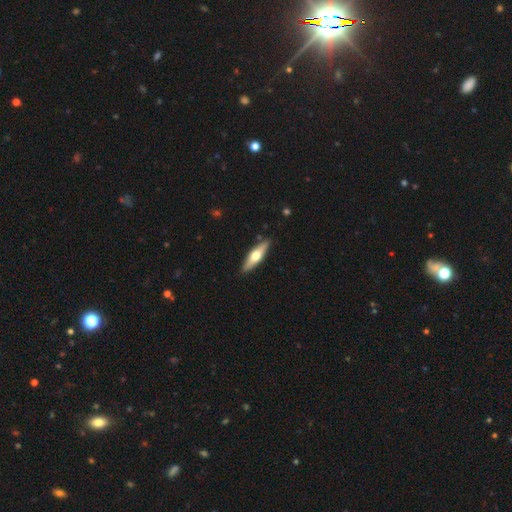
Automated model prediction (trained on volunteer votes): Overall: featured or disk (49%; smooth 46%). Merging: none (89%).